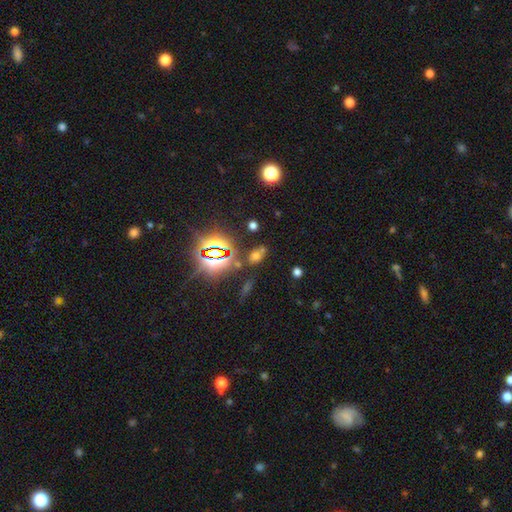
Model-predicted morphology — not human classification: This appears to be a smooth galaxy with no disk features (48%). Merging: none (64%).